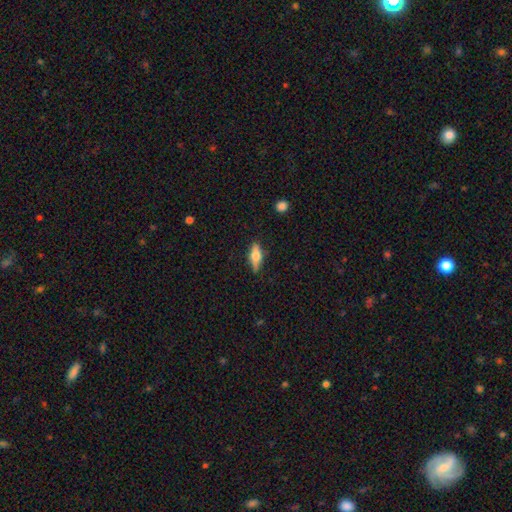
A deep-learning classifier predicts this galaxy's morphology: A smooth galaxy with no disk features (49%).

Vote fractions:
- Smooth or featured? smooth: 49% / featured or disk: 44% / star or artifact: 7%
- Merging? none: 83% / minor disturbance: 13% / major disturbance: 3% / merger: 1%